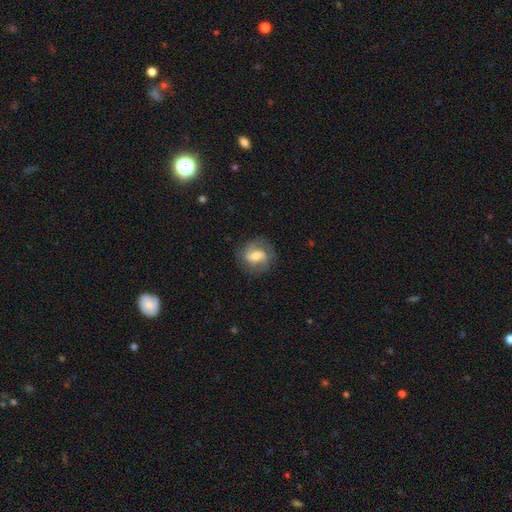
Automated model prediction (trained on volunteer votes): The model was most divided on "spiral winding": medium: 46%, loose: 29%, tight: 26%. Remaining: edge-on disk — no (96%); spiral arms — yes (86%); spiral arm count — 2 (79%); merging — none (76%); smooth or featured — featured or disk (64%); bulge size — moderate (55%); bar — weak (48%).